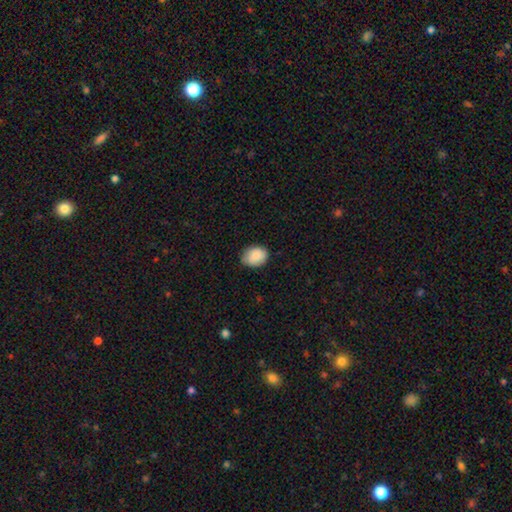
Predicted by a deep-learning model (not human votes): A smooth galaxy with no disk features (86%) that is in between round and cigar-shaped (56%). Merging: none (76%).